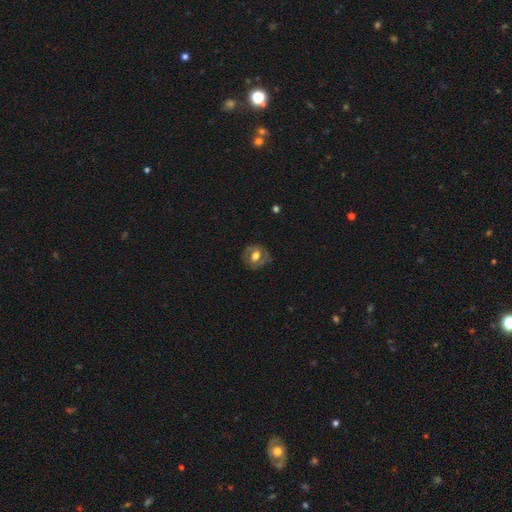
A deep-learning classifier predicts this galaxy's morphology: The model was most divided on "spiral arms": yes: 54%, no: 46%. More confident: edge-on disk — no (95%); merging — none (78%); bulge size — moderate (56%); smooth or featured — featured or disk (54%); bar — no (50%).